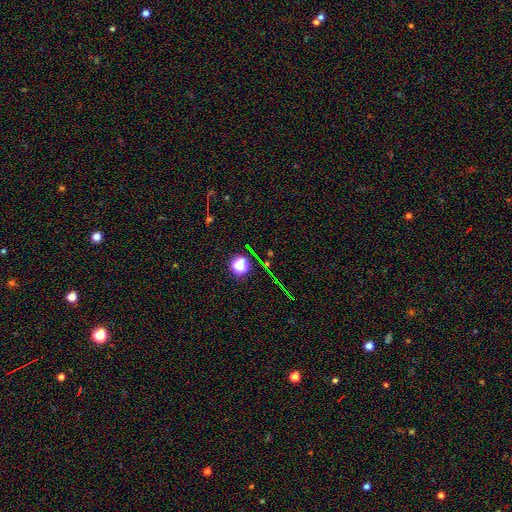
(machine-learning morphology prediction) A star or artifact, not a galaxy (66%).